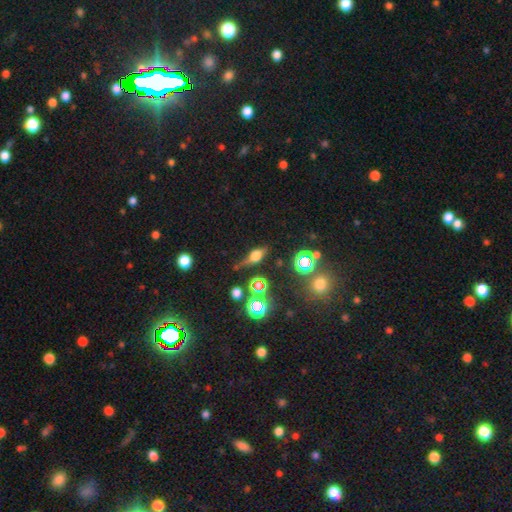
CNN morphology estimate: Overall: smooth (42%; featured or disk 39%). Merging: none (60%; minor disturbance 23%).